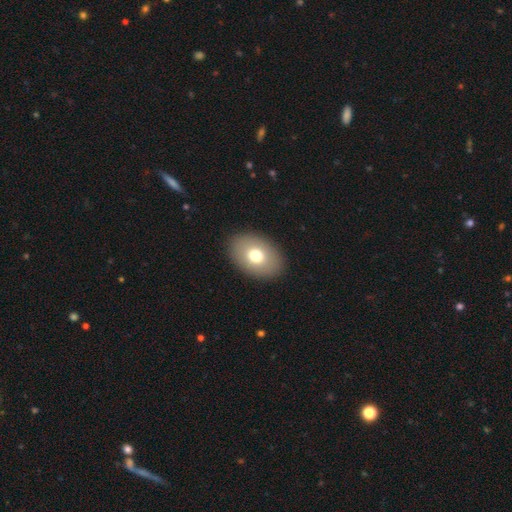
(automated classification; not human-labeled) Smooth or featured? Predicted: smooth (p=0.73). How rounded? Predicted: in between (p=0.82). Merging? Predicted: none (p=0.90).